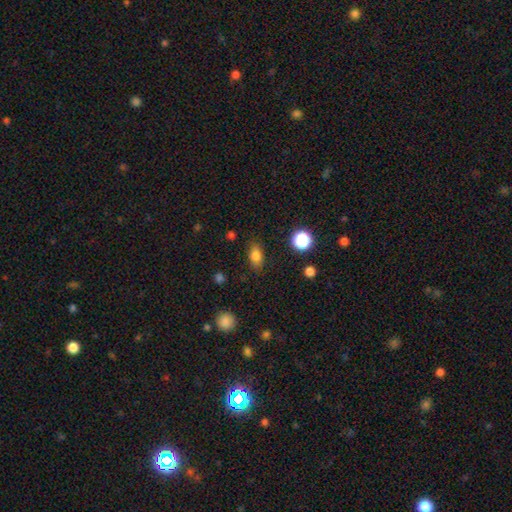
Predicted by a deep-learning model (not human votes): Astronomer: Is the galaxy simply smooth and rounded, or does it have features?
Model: smooth — 80%.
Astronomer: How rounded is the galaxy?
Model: in between — 80%.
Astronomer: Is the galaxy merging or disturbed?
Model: none — 84%.